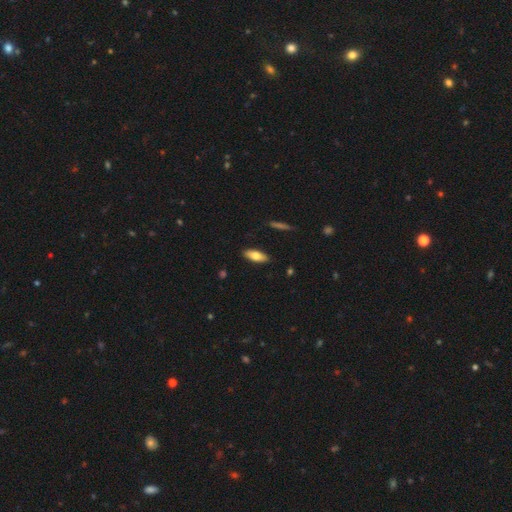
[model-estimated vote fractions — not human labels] smooth-or-featured: smooth: 72% | featured or disk: 22% | star or artifact: 6%
  how-rounded: in between: 75% | cigar-shaped: 22% | round: 2%
  merging: none: 88% | minor disturbance: 9% | major disturbance: 2% | merger: 1%